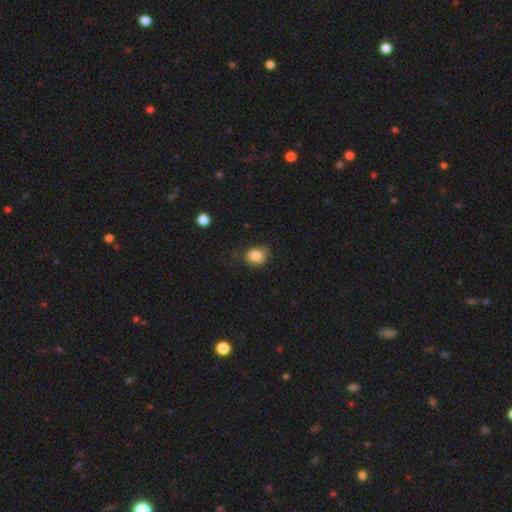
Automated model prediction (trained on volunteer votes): smooth 85%, star or artifact 9%, featured or disk 6%. Down the decision tree: how rounded — round (66%); merging — none (60%).